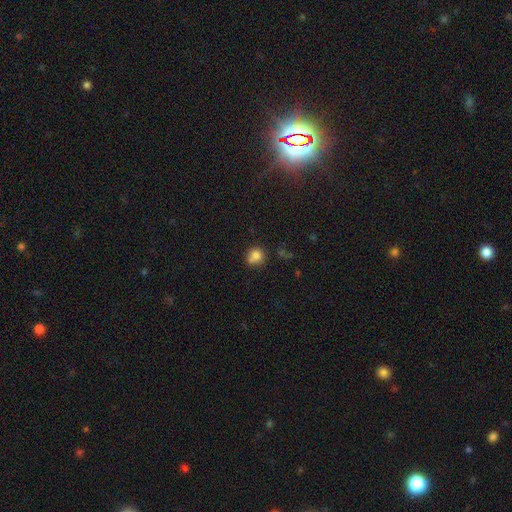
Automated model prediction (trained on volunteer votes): This is likely a smooth galaxy (77%). How rounded: clearly round (83%). Merging: possibly none (53%).